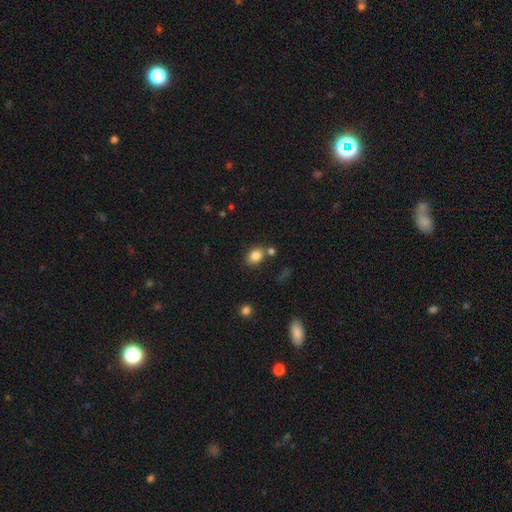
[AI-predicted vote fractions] smooth-or-featured: smooth: 84% | star or artifact: 10% | featured or disk: 6%
  how-rounded: in between: 55% | round: 44% | cigar-shaped: 1%
  merging: none: 72% | merger: 13% | minor disturbance: 11% | major disturbance: 3%